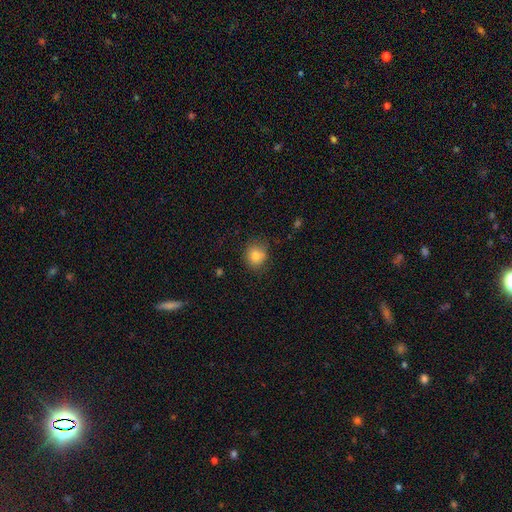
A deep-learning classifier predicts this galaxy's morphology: Smooth or featured? Predicted: smooth (p=0.81). How rounded? Predicted: round (p=0.78). Merging? Predicted: none (p=0.74).